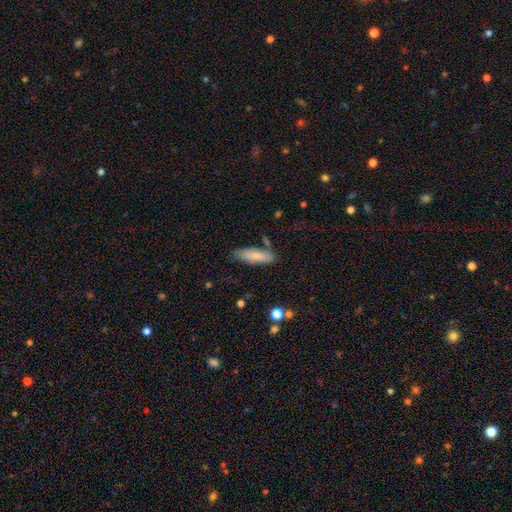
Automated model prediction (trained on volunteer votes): A smooth galaxy with no disk features (76%) that is in between round and cigar-shaped (50%).

Vote fractions:
- Smooth or featured? smooth: 76% / featured or disk: 17% / star or artifact: 7%
- How rounded? in between: 50% / cigar-shaped: 48% / round: 2%
- Merging? none: 74% / minor disturbance: 17% / merger: 5% / major disturbance: 4%